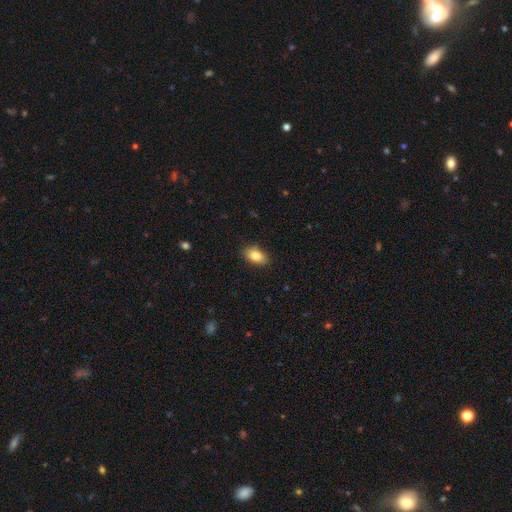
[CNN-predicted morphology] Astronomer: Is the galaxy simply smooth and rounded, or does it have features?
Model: smooth — 83%.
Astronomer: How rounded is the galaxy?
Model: in between — 87%.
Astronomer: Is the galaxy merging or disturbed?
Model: none — 86%.